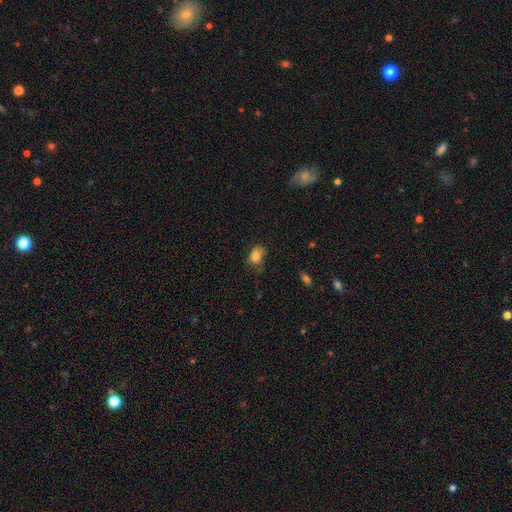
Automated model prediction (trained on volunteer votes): Smooth or featured? smooth (82%)
How rounded? in between (70%)
Merging? none (47%)